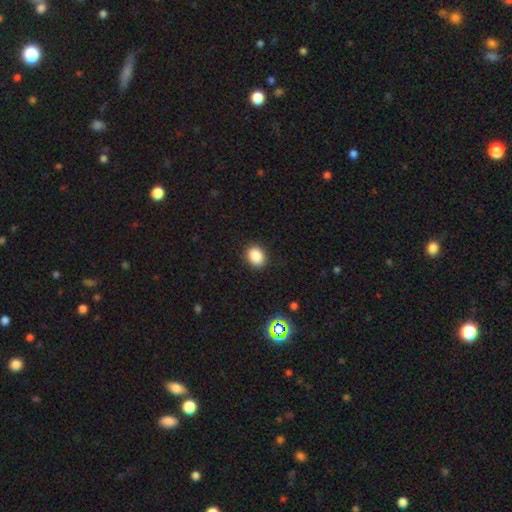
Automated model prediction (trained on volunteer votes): A smooth galaxy with no disk features (87%) that is in between round and cigar-shaped (52%). Merging: none (89%).